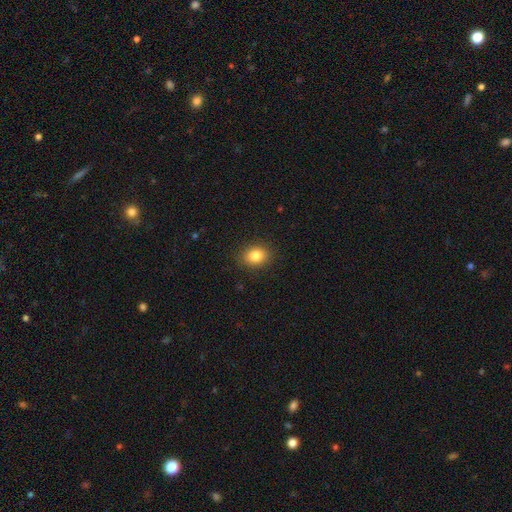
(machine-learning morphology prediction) Smooth or featured?
  - smooth: 84% *
  - star or artifact: 10%
  - featured or disk: 6%
How rounded?
  - in between: 53% *
  - round: 46%
  - cigar-shaped: 1%
Merging?
  - none: 89% *
  - minor disturbance: 8%
  - major disturbance: 2%
  - merger: 1%